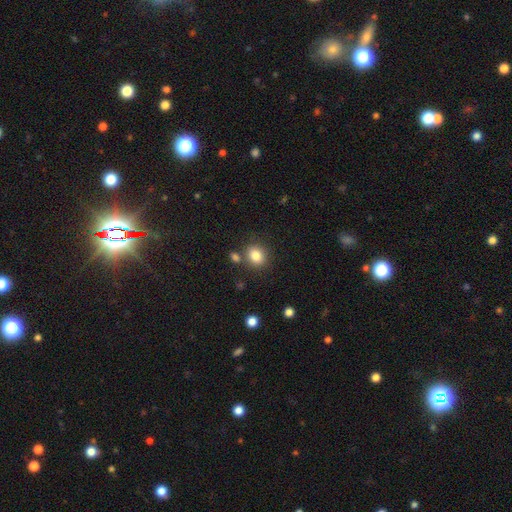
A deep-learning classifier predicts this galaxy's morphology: Q: Smooth or featured?
A: smooth (83%); runner-up: star or artifact (10%)
Q: How rounded?
A: round (68%); runner-up: in between (31%)
Q: Merging?
A: none (76%); runner-up: minor disturbance (10%)